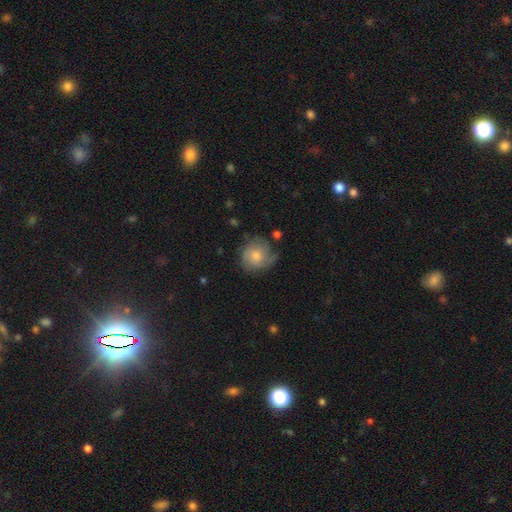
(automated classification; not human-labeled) Smooth or featured? smooth (49%)
Merging? none (60%)